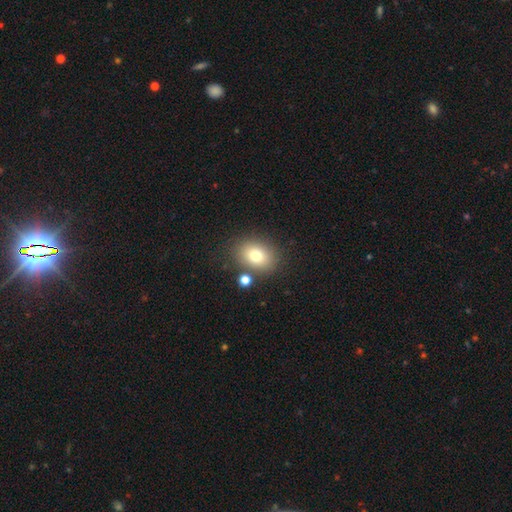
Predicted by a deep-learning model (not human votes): Q: Smooth or featured?
A: smooth (77%); runner-up: featured or disk (12%)
Q: How rounded?
A: in between (64%); runner-up: round (35%)
Q: Merging?
A: none (78%); runner-up: minor disturbance (11%)